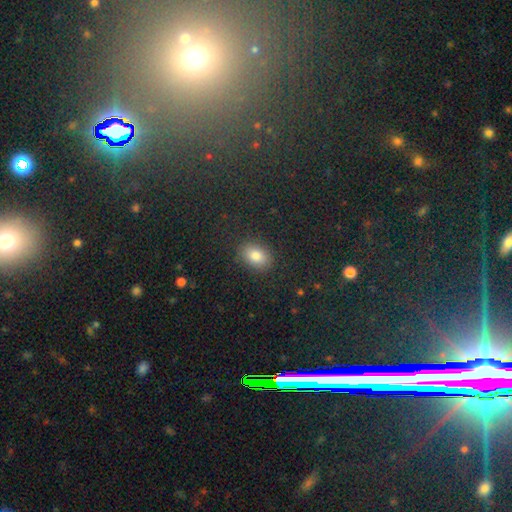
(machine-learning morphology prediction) This is clearly a smooth galaxy (81%). How rounded: likely in between (79%). Merging: clearly none (86%).